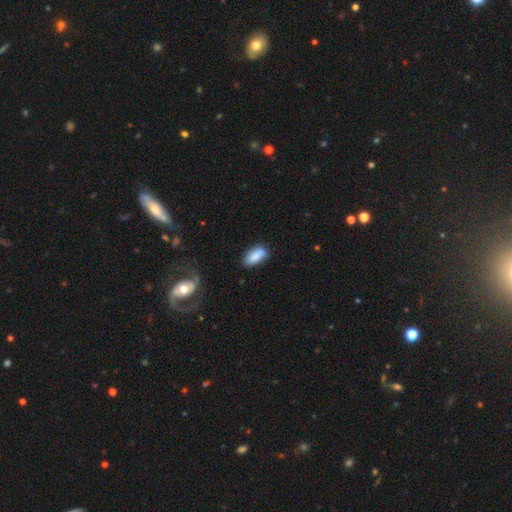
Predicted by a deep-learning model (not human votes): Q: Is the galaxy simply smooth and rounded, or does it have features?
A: smooth — 84%.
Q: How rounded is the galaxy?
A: in between — 87%.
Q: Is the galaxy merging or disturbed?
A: none — 66%.